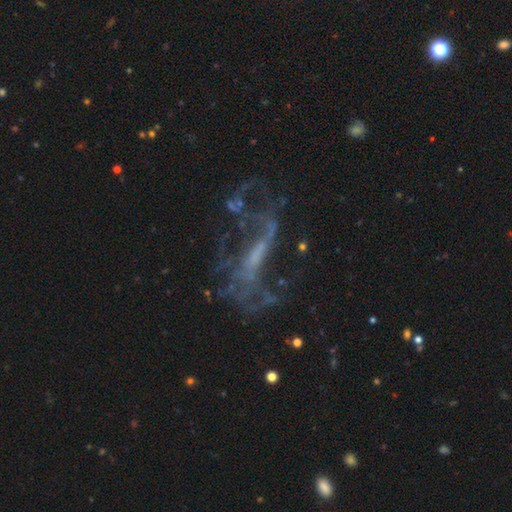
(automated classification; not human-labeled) This appears to be a featured or disk galaxy (70%) with no bar (37%), spiral arms (56%) and no central bulge (45%). Merging: none (43%).